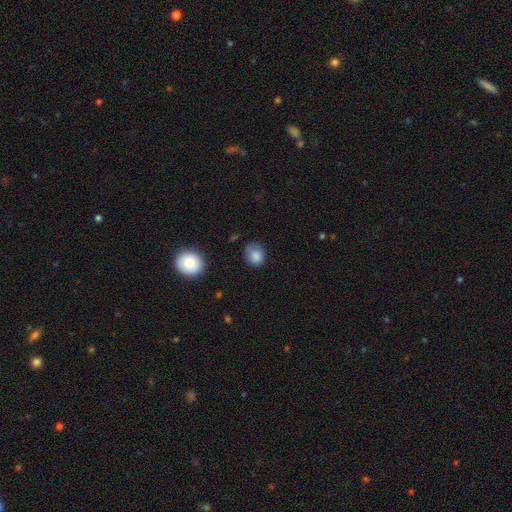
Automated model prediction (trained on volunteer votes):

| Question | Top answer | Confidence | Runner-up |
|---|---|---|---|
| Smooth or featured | smooth | 83% | featured or disk (9%) |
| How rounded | round | 63% | in between (36%) |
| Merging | none | 58% | minor disturbance (29%) |